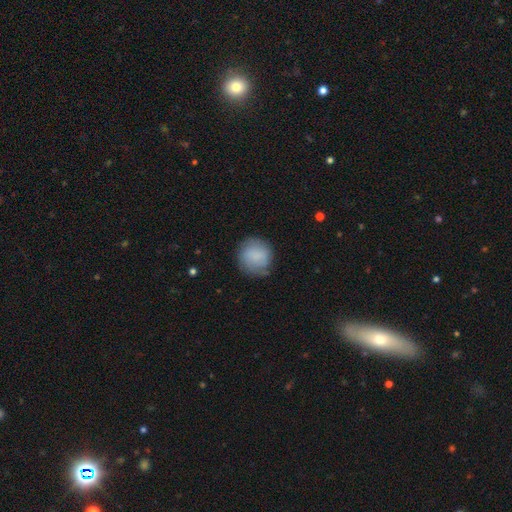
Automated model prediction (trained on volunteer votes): Smooth or featured? Predicted: smooth (p=0.79). How rounded? Predicted: round (p=0.89). Merging? Predicted: none (p=0.71).